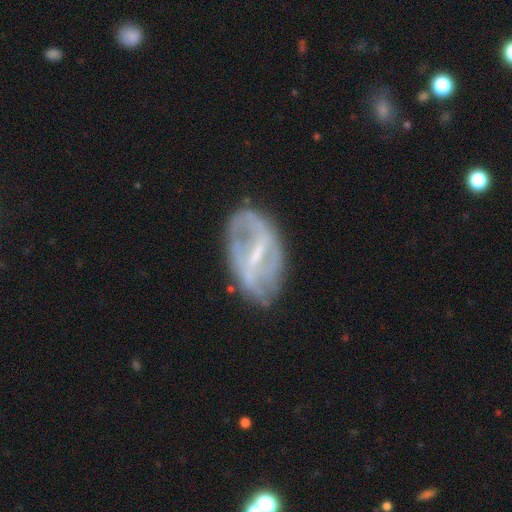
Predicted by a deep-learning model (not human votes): The model was most divided on "bar": strong: 46%, weak: 41%, no: 13%. Remaining: edge-on disk — no (94%); smooth or featured — featured or disk (74%); merging — none (61%); spiral arms — yes (55%); bulge size — small (49%).